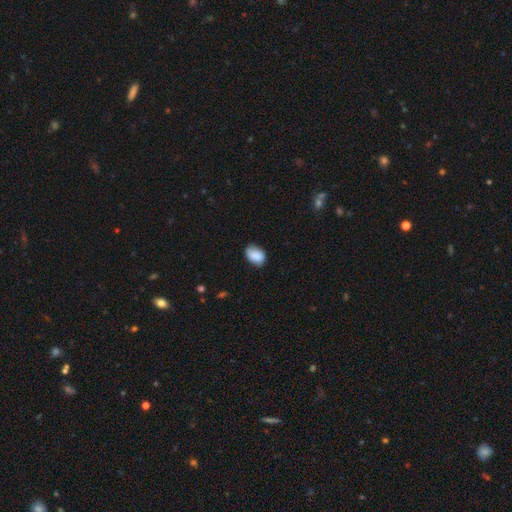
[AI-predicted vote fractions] Smooth or featured? smooth (85%)
How rounded? in between (79%)
Merging? none (63%)